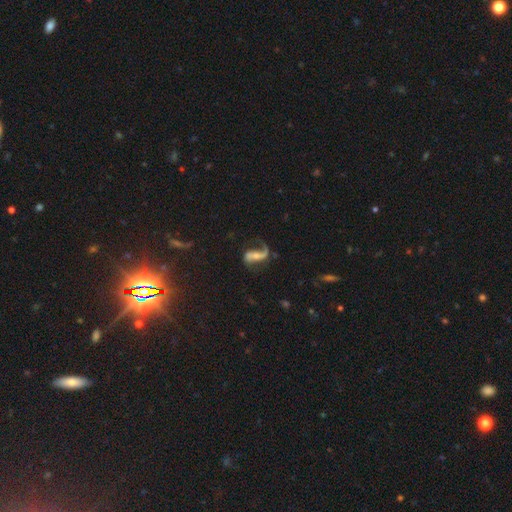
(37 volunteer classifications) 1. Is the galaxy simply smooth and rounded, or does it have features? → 86% featured or disk, 11% smooth, 3% star or artifact.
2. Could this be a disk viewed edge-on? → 94% no, 6% yes.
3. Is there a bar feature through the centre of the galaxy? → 47% strong, 30% weak, 23% no.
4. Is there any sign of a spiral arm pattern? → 87% yes, 13% no.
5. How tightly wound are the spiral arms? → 65% loose, 31% medium, 4% tight.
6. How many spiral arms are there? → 81% 2, 19% 1, 0% 3, 0% 4, 0% more than 4, 0% can't tell.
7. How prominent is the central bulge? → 57% small, 43% moderate, 0% dominant, 0% large, 0% none.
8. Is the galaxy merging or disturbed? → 56% none, 19% major disturbance, 17% minor disturbance, 8% merger.